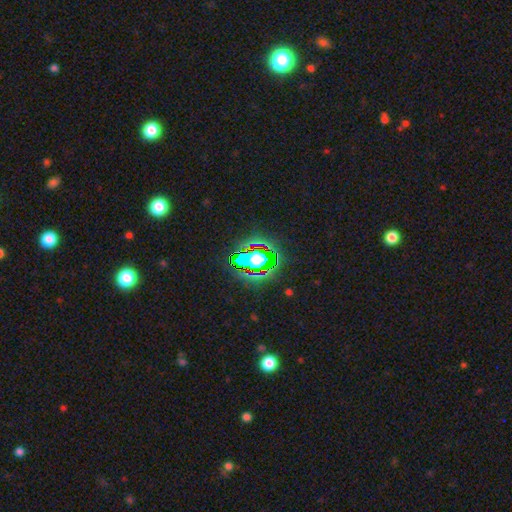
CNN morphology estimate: Smooth or featured? star or artifact (81%)